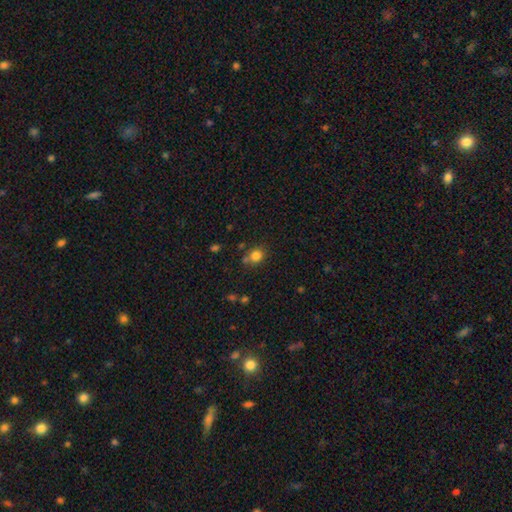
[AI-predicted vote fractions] A smooth galaxy with no disk features (80%) that is round (78%). Merging: none (67%).